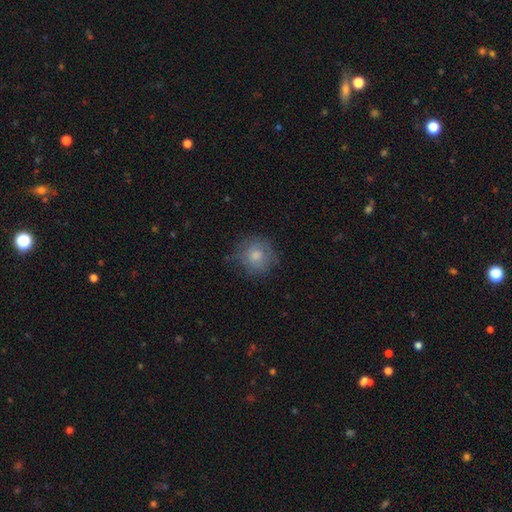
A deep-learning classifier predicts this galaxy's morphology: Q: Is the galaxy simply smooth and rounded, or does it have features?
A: smooth — 73%.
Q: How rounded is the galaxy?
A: round — 89%.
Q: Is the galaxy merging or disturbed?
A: none — 68%.